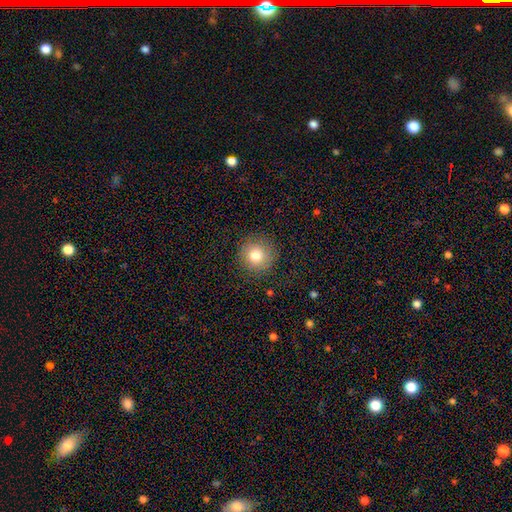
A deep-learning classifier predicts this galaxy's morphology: A smooth galaxy with no disk features (78%) that is round (94%).

Vote fractions:
- Smooth or featured? smooth: 78% / star or artifact: 11% / featured or disk: 11%
- How rounded? round: 94% / in between: 5% / cigar-shaped: 1%
- Merging? none: 87% / minor disturbance: 8% / major disturbance: 3% / merger: 1%